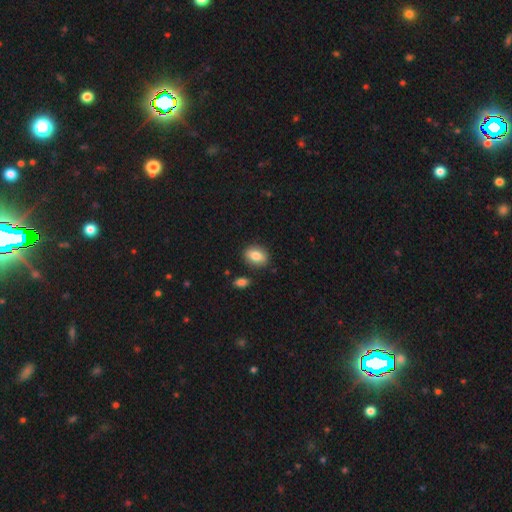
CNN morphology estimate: Smooth or featured?
  - smooth: 82% *
  - featured or disk: 10%
  - star or artifact: 8%
How rounded?
  - in between: 74% *
  - round: 24%
  - cigar-shaped: 2%
Merging?
  - none: 83% *
  - minor disturbance: 11%
  - merger: 3%
  - major disturbance: 3%